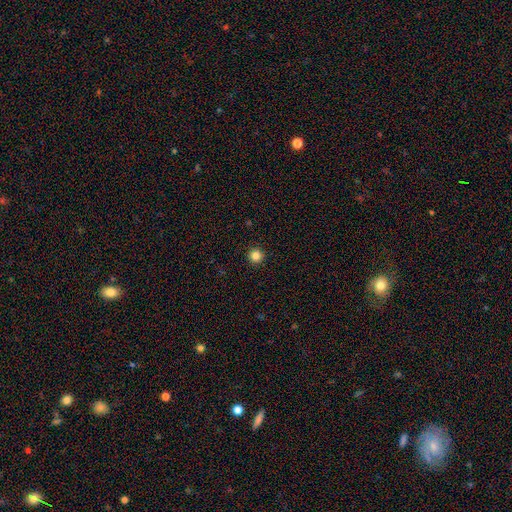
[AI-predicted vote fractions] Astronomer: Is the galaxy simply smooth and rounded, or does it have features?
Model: smooth — 85%.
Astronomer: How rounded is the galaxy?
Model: round — 97%.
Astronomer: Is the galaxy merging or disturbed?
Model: none — 94%.